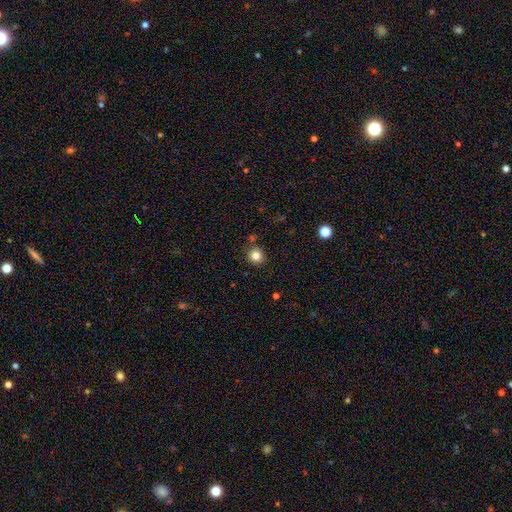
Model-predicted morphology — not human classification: The model was most divided on "smooth or featured": smooth: 82%, star or artifact: 12%, featured or disk: 6%. More confident: how rounded — round (92%); merging — none (84%).